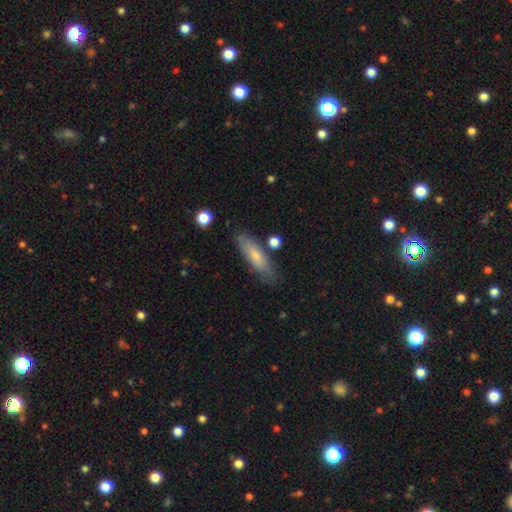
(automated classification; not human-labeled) Morphology: type=smooth (70%); roundness=cigar-shaped (55%); merging=none (75%).